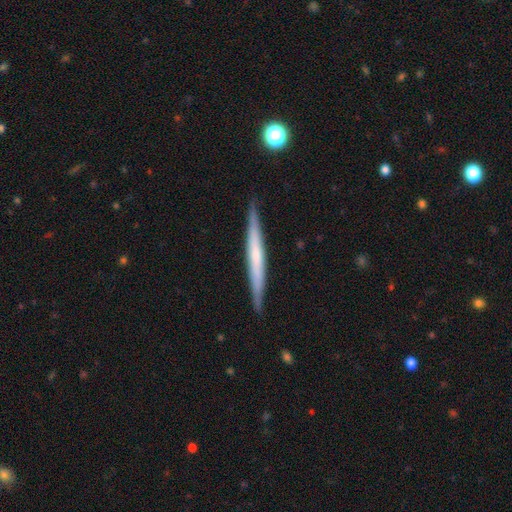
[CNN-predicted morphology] A featured or disk galaxy (52%) viewed edge-on (96%).

Vote fractions:
- Smooth or featured? featured or disk: 52% / smooth: 42% / star or artifact: 6%
- Edge-on disk? yes: 96% / no: 4%
- Merging? none: 89% / minor disturbance: 9% / major disturbance: 2% / merger: 1%